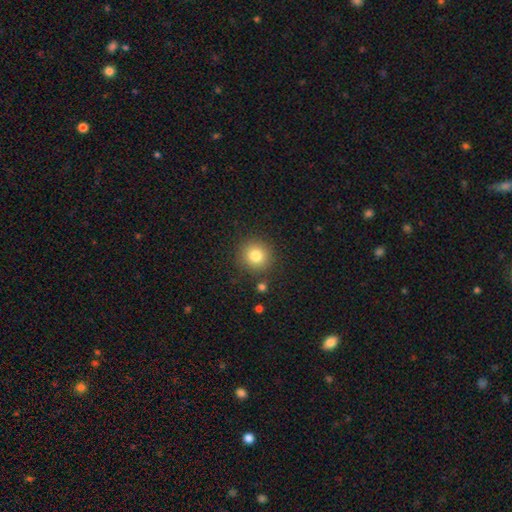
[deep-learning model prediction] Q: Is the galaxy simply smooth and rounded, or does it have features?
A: smooth — 81%.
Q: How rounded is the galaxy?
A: round — 94%.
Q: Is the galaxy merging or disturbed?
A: none — 87%.